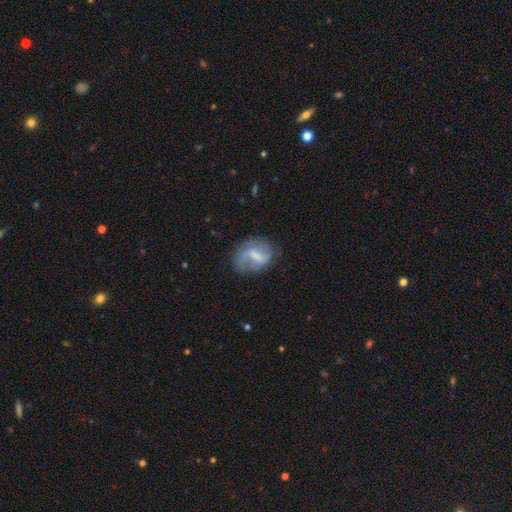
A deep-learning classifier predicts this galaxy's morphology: Smooth or featured? featured or disk (60%)
Edge-on disk? no (97%)
Bar? weak (49%)
Spiral arms? yes (74%)
Bulge size? none (36%)
Merging? none (55%)